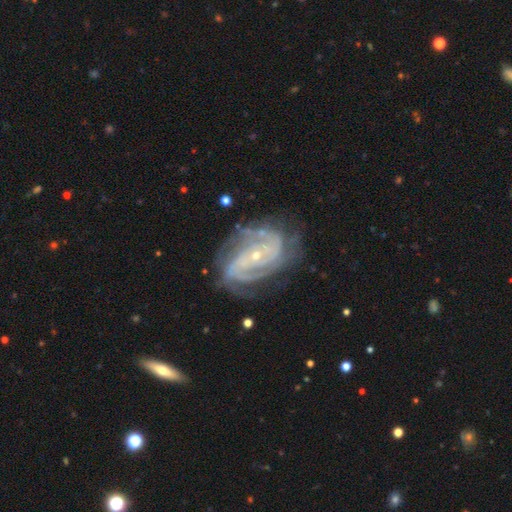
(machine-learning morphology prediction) Smooth or featured? featured or disk (90%)
Edge-on disk? no (97%)
Bar? no (54%)
Spiral arms? yes (97%)
Spiral winding? tight (63%)
Spiral arm count? 2 (31%)
Bulge size? small (80%)
Merging? none (69%)